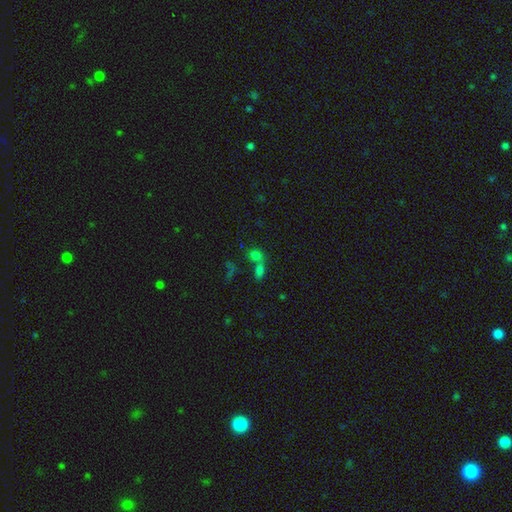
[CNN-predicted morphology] Overall: smooth (69%). How rounded: in between (54%; round 42%). Merging: merger (53%; none 34%).